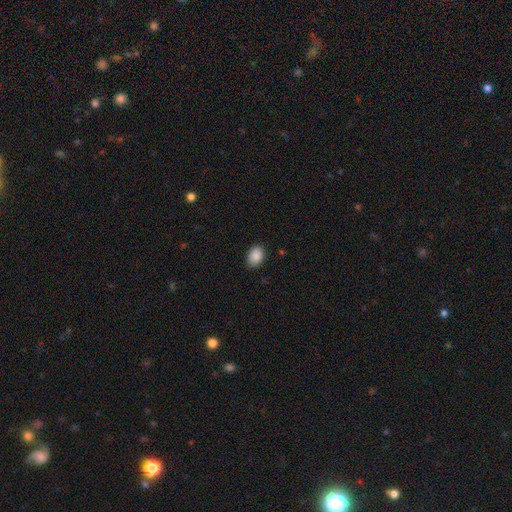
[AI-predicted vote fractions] A smooth galaxy with no disk features (88%) that is in between round and cigar-shaped (74%). Merging: none (85%).